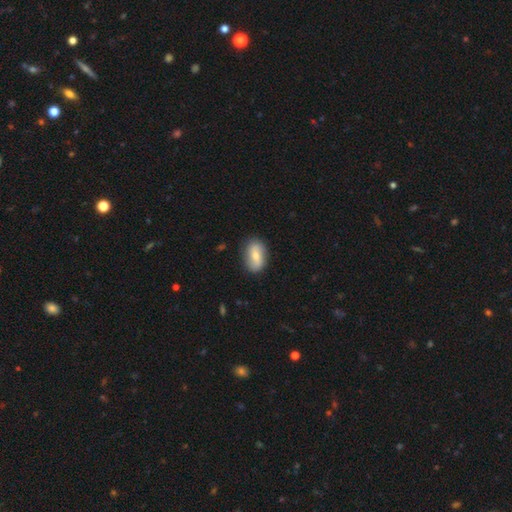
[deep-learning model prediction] smooth 60%, featured or disk 34%, star or artifact 6%. Down the decision tree: how rounded — in between (87%); merging — none (83%).